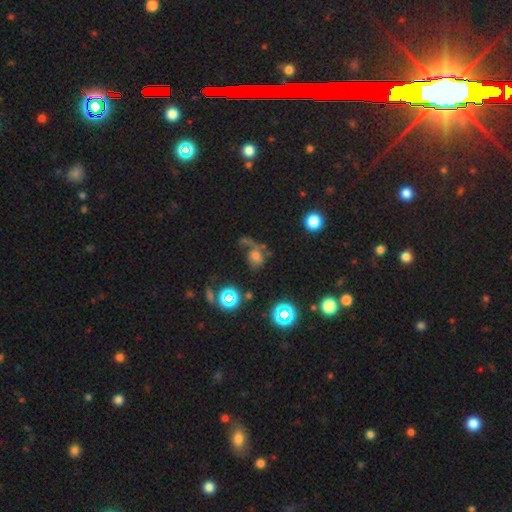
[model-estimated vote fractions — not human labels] This is marginally a smooth galaxy (41%). Merging: marginally major disturbance (39%).